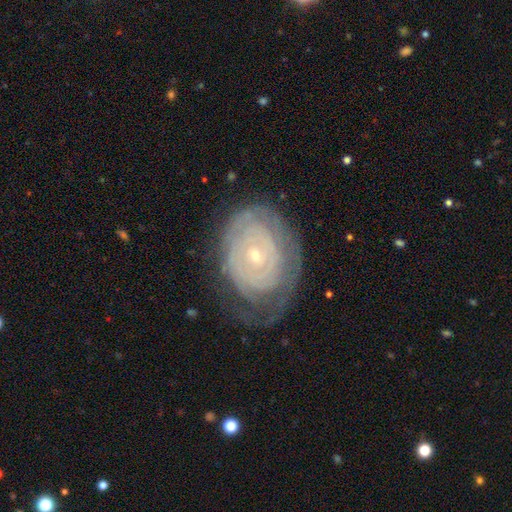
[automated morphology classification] This is likely a featured or disk galaxy (76%). It is clearly not viewed edge-on (96%). Bar: clearly no (83%). Spiral arm pattern: likely yes (75%). Spiral arm count: likely can't tell (60%). Spiral winding: clearly tight (83%). Central bulge: likely small (79%). Merging: likely none (61%).